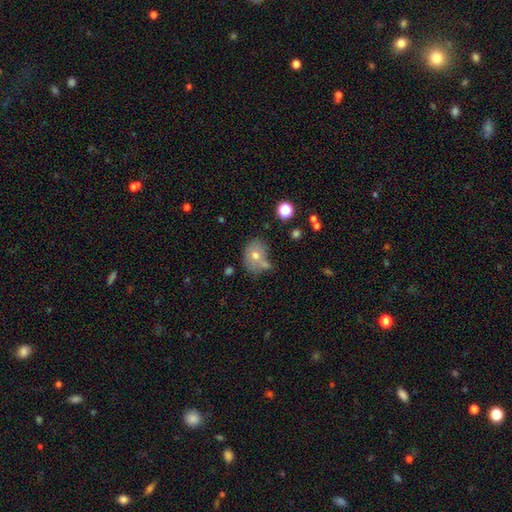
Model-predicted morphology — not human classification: Smooth or featured: smooth — 65% (featured or disk — 22%)
How rounded: in between — 53% (round — 46%)
Merging: none — 56% (merger — 20%)